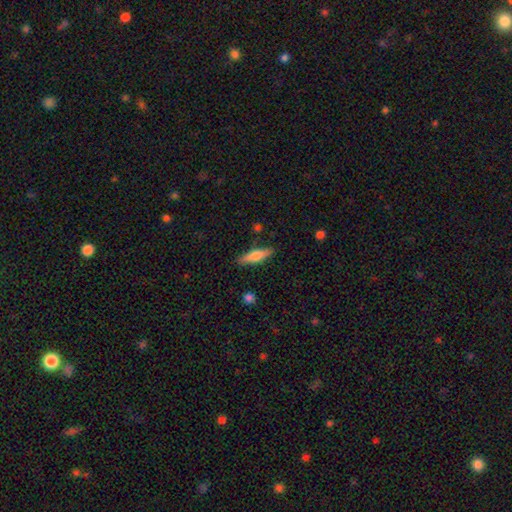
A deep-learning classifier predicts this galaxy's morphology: Smooth or featured: smooth — 62% (featured or disk — 32%)
How rounded: cigar-shaped — 71% (in between — 27%)
Merging: none — 86% (minor disturbance — 10%)